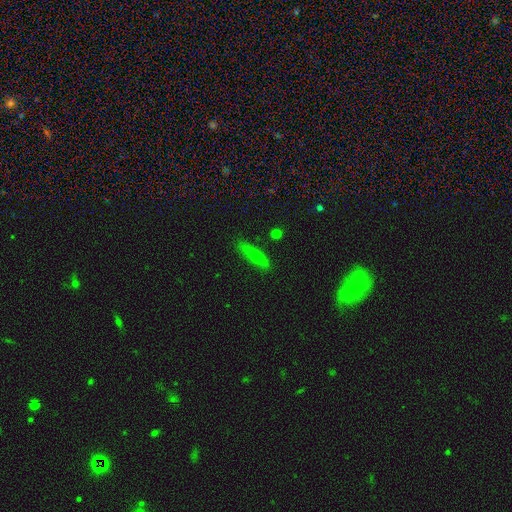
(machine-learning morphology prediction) Overall: smooth (66%). How rounded: cigar-shaped (81%). Merging: none (82%).